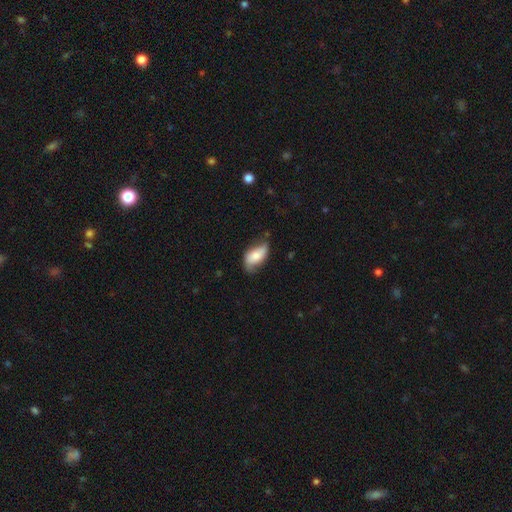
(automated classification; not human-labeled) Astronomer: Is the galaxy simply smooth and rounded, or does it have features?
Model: smooth — 63%.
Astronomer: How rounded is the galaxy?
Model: in between — 92%.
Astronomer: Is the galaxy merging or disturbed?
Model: none — 49% (runner-up: minor disturbance, 38%).